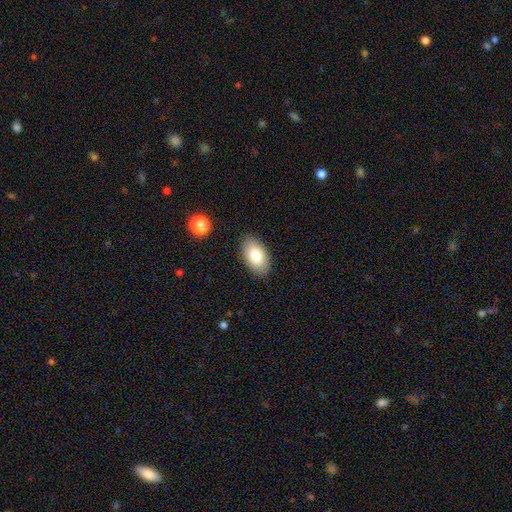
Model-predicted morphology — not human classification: smooth_or_featured: smooth (p=0.80) [alt: featured or disk p=0.13]
how_rounded: in between (p=0.93) [alt: round p=0.06]
merging: none (p=0.86) [alt: minor disturbance p=0.10]